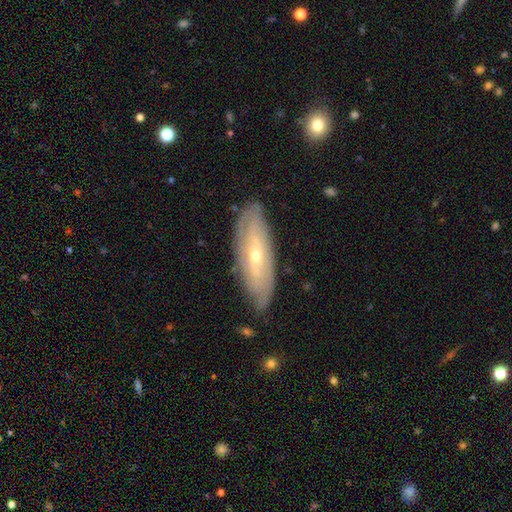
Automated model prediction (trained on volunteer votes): Smooth or featured: featured or disk — 74% (smooth — 20%)
Edge-on disk: no — 77% (yes — 23%)
Bar: no — 64% (weak — 26%)
Spiral arms: yes — 78% (no — 22%)
Bulge size: small — 60% (moderate — 37%)
Merging: none — 79% (minor disturbance — 16%)